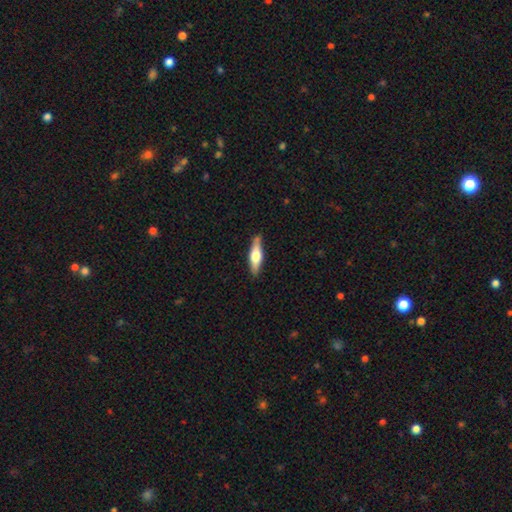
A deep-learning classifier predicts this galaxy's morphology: Overall: featured or disk (51%; smooth 44%). Edge-on disk: yes (94%). Merging: none (85%).